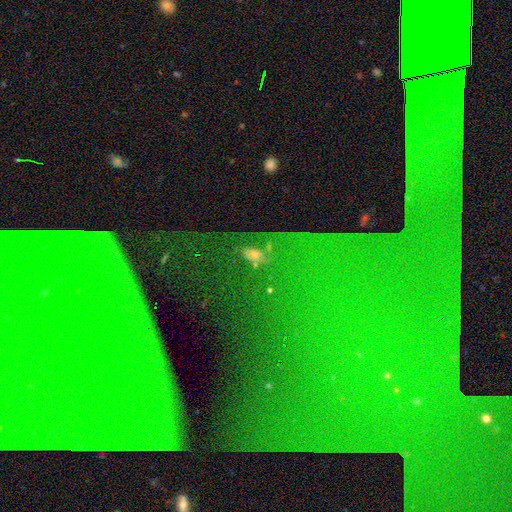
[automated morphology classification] Smooth or featured? star or artifact (39%)